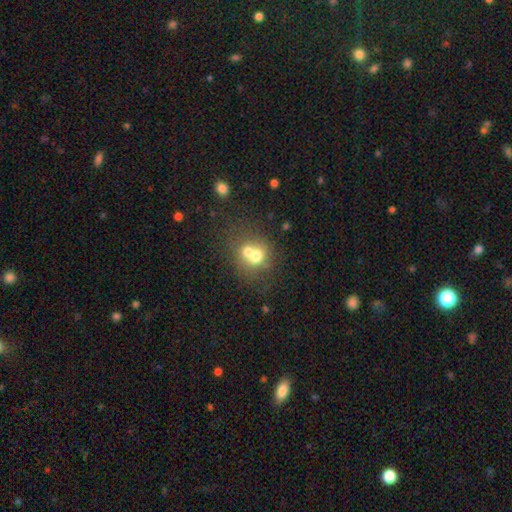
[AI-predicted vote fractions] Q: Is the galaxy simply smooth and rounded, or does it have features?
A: smooth — 63%.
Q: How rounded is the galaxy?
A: round — 74%.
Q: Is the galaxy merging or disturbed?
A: merger — 60%.